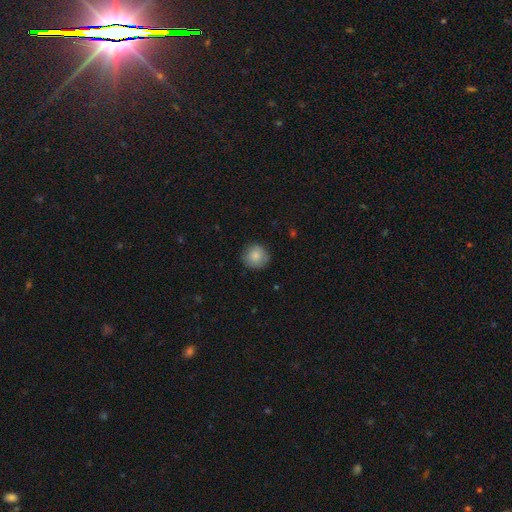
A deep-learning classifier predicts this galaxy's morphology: smooth_or_featured: smooth (p=0.84) [alt: featured or disk p=0.08]
how_rounded: round (p=0.92) [alt: in between p=0.07]
merging: none (p=0.84) [alt: minor disturbance p=0.12]